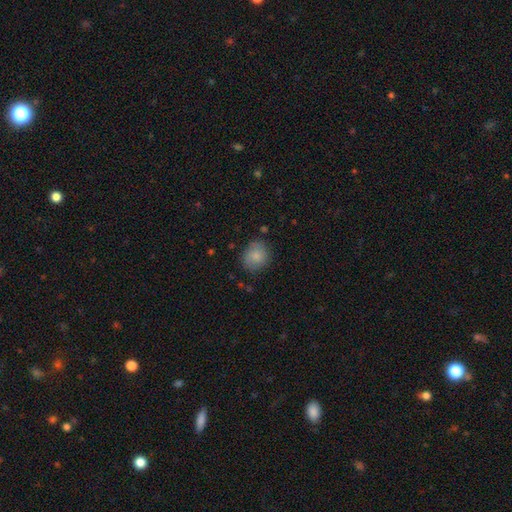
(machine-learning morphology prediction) smooth_or_featured: smooth (p=0.82) [alt: featured or disk p=0.11]
how_rounded: round (p=0.73) [alt: in between p=0.27]
merging: none (p=0.78) [alt: minor disturbance p=0.16]